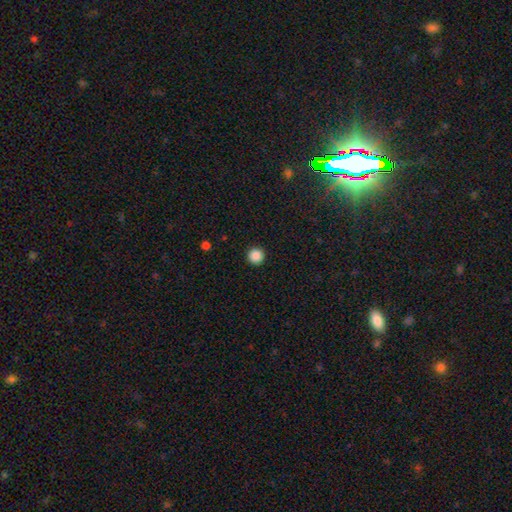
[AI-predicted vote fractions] A smooth galaxy with no disk features (88%) that is round (96%).

Vote fractions:
- Smooth or featured? smooth: 88% / star or artifact: 10% / featured or disk: 2%
- How rounded? round: 96% / in between: 3% / cigar-shaped: 1%
- Merging? none: 93% / minor disturbance: 4% / major disturbance: 2% / merger: 1%